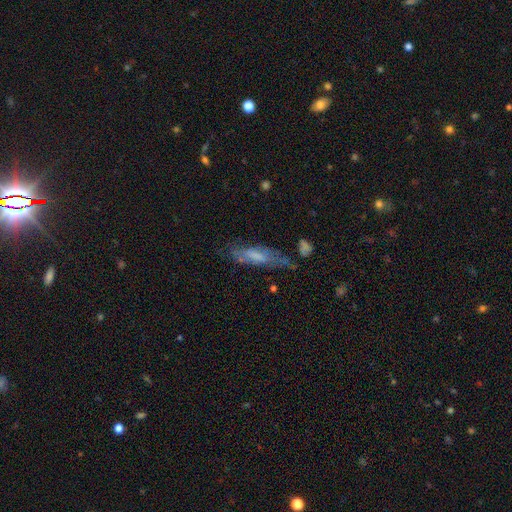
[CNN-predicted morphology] This is possibly a smooth galaxy (47%). Merging: possibly none (51%).